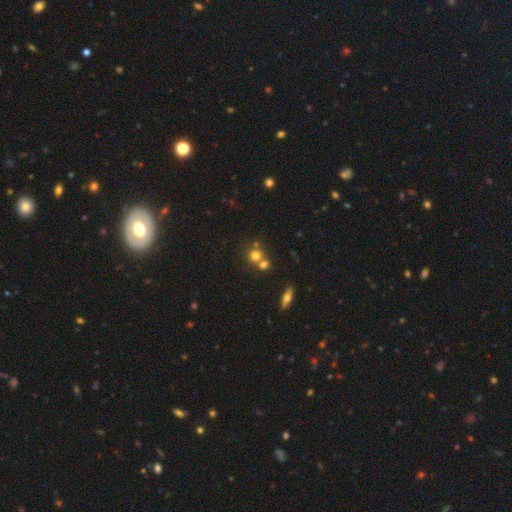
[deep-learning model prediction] smooth 71%, star or artifact 16%, featured or disk 13%. Down the decision tree: how rounded — round (84%); merging — none (48%).